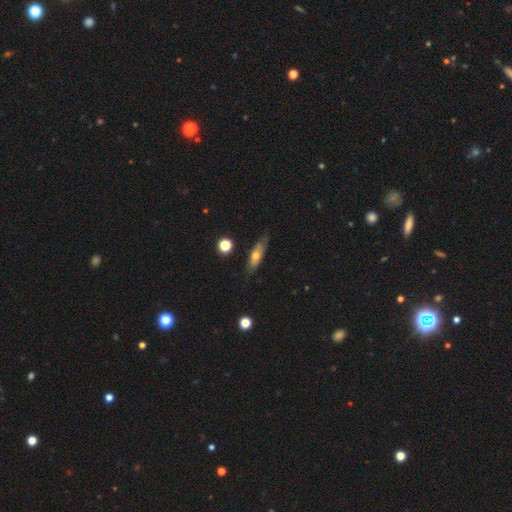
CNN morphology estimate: A smooth galaxy with no disk features (50%).

Vote fractions:
- Smooth or featured? smooth: 50% / featured or disk: 43% / star or artifact: 7%
- Merging? none: 75% / minor disturbance: 19% / major disturbance: 4% / merger: 2%